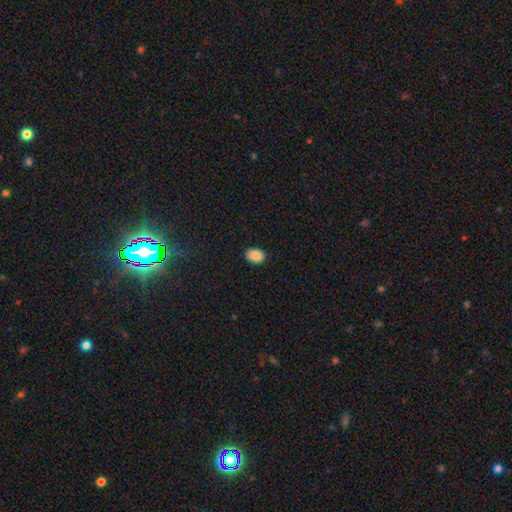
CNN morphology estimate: Smooth or featured? smooth (87%)
How rounded? in between (81%)
Merging? none (86%)